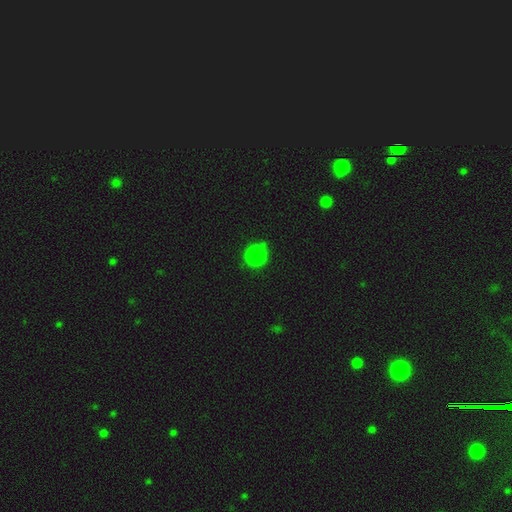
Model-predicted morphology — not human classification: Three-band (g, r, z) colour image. It shows a smooth galaxy with no disk features (85%) that is round (89%). Merging: none (76%).